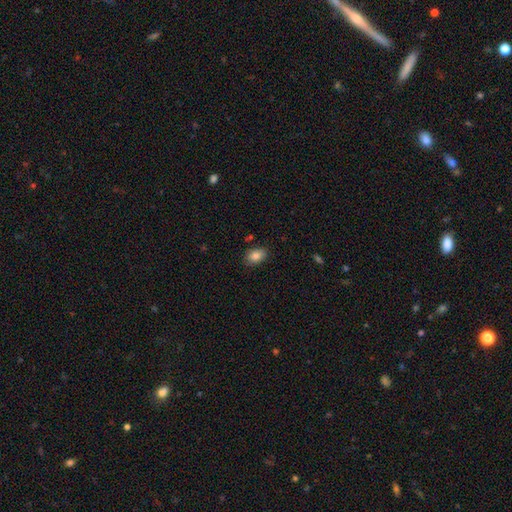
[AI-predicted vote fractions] Smooth or featured? Predicted: smooth (p=0.84). How rounded? Predicted: in between (p=0.84). Merging? Predicted: none (p=0.83).